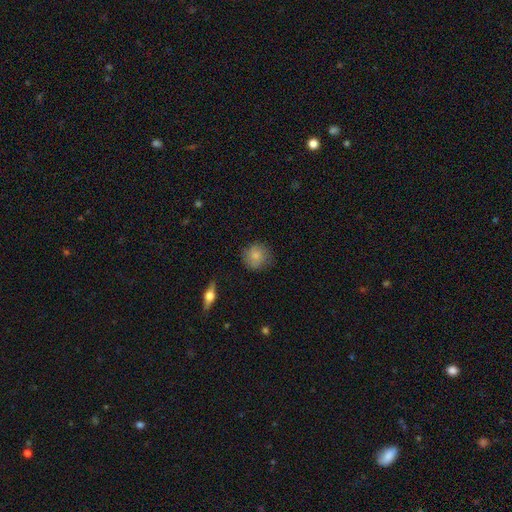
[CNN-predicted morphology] A smooth galaxy with no disk features (81%) that is round (90%).

Vote fractions:
- Smooth or featured? smooth: 81% / featured or disk: 11% / star or artifact: 8%
- How rounded? round: 90% / in between: 9% / cigar-shaped: 1%
- Merging? none: 81% / minor disturbance: 15% / major disturbance: 3% / merger: 1%